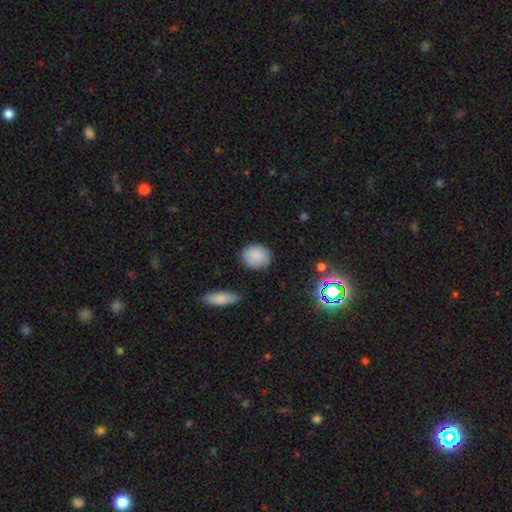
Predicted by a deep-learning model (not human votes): Smooth or featured: smooth — 85% (star or artifact — 8%)
How rounded: round — 69% (in between — 30%)
Merging: none — 83% (minor disturbance — 12%)